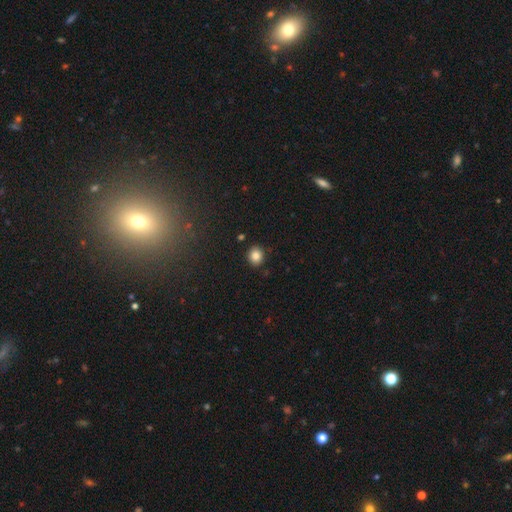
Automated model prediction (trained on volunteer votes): Morphology: type=smooth (84%); roundness=round (73%); merging=none (89%).